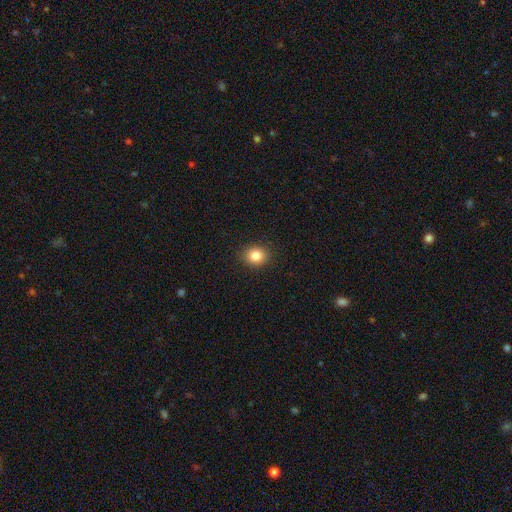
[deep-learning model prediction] A smooth galaxy with no disk features (84%) that is round (69%). Merging: none (90%).